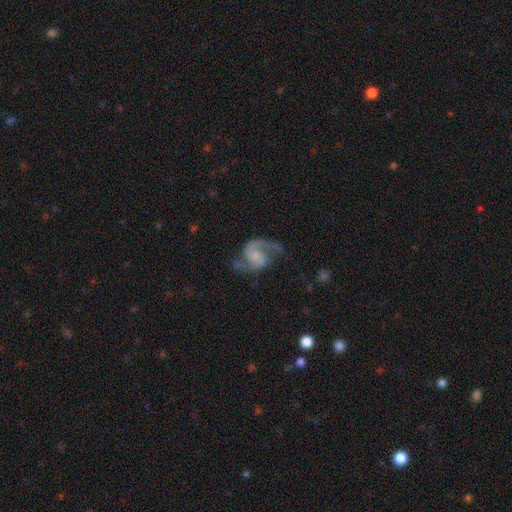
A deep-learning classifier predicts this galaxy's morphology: Smooth or featured? featured or disk (90%)
Edge-on disk? no (98%)
Bar? no (60%)
Spiral arms? yes (98%)
Spiral winding? medium (54%)
Spiral arm count? 2 (93%)
Bulge size? none (36%)
Merging? none (71%)